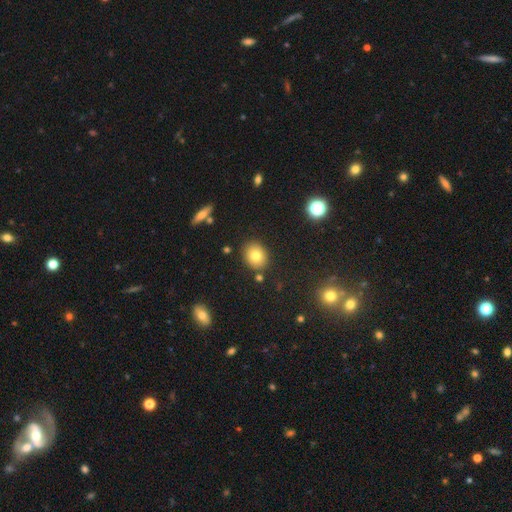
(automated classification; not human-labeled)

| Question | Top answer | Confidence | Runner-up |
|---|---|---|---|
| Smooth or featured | smooth | 76% | star or artifact (12%) |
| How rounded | round | 61% | in between (38%) |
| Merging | none | 85% | minor disturbance (9%) |